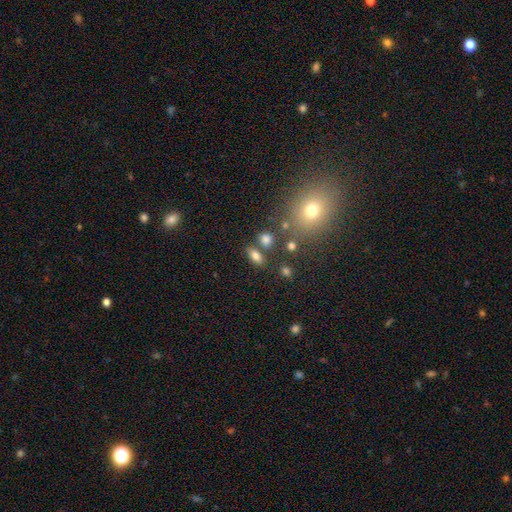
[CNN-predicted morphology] Smooth or featured? smooth (77%)
How rounded? in between (82%)
Merging? none (71%)